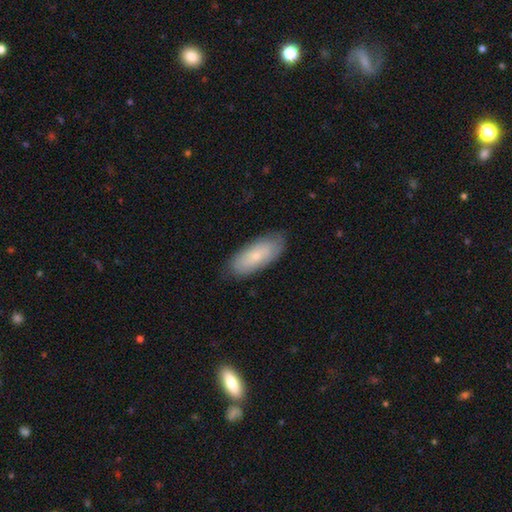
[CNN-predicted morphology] The model was most divided on "smooth or featured": smooth: 68%, featured or disk: 26%, star or artifact: 6%. More confident: merging — none (81%); how rounded — in between (81%).